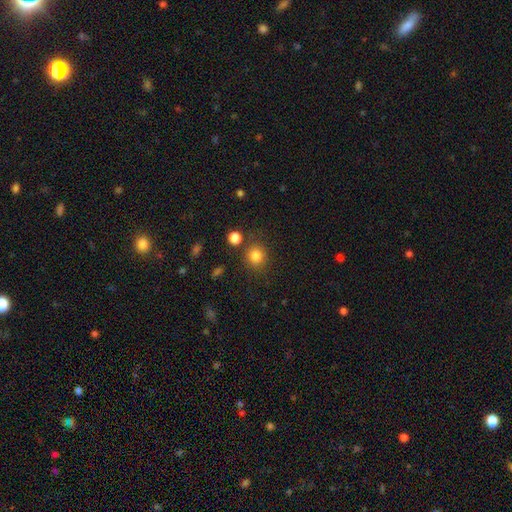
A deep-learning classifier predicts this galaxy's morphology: The model was most divided on "smooth or featured": smooth: 83%, star or artifact: 12%, featured or disk: 5%. More confident: how rounded — round (86%); merging — none (82%).